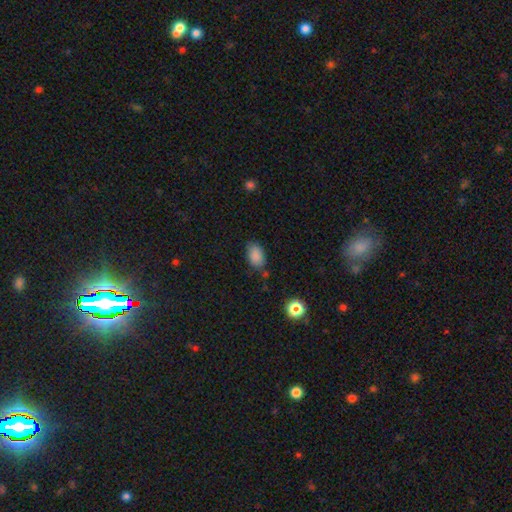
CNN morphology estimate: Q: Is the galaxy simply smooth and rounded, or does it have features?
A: smooth — 86%.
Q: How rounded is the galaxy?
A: in between — 88%.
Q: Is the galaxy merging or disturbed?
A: none — 74%.